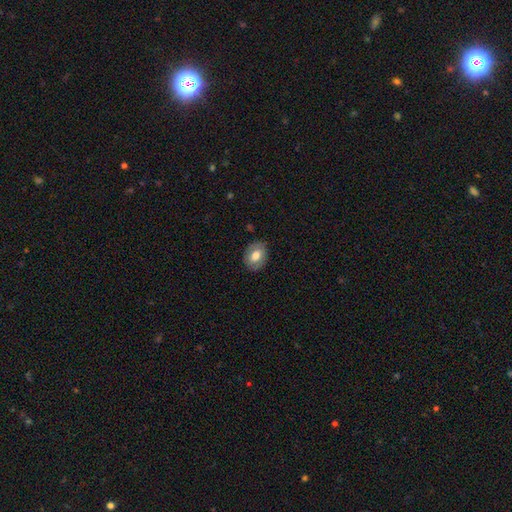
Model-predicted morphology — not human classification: This is likely a smooth galaxy (66%). How rounded: likely in between (67%). Merging: clearly none (82%).